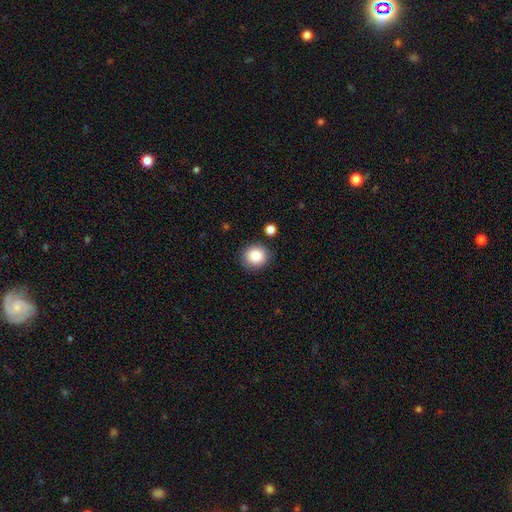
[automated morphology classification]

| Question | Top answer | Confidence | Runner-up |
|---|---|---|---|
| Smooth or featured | smooth | 87% | star or artifact (9%) |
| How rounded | round | 84% | in between (15%) |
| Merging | none | 85% | minor disturbance (9%) |